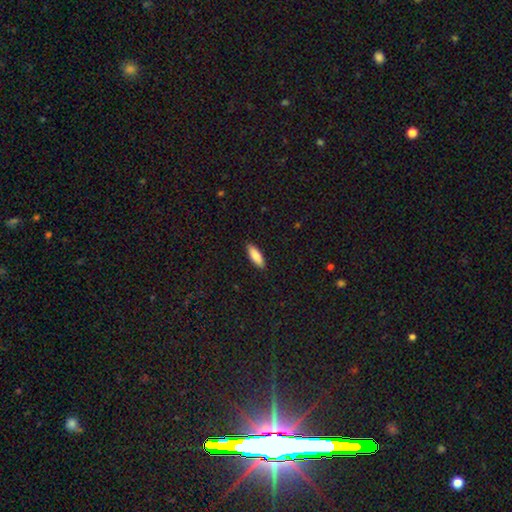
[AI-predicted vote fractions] A smooth galaxy with no disk features (84%) that is in between round and cigar-shaped (63%). Merging: none (89%).